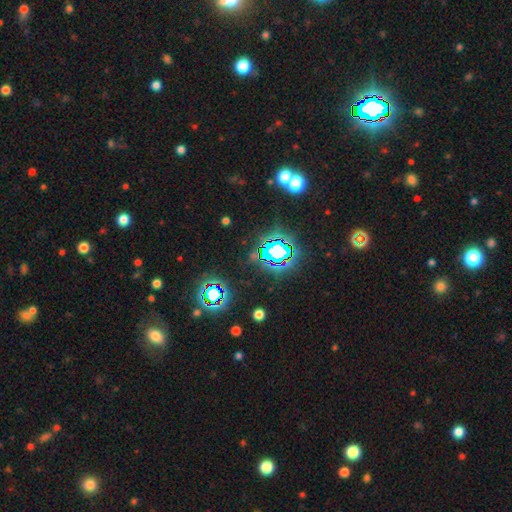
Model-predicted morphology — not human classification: Smooth or featured?
  - star or artifact: 76% *
  - smooth: 15%
  - featured or disk: 10%